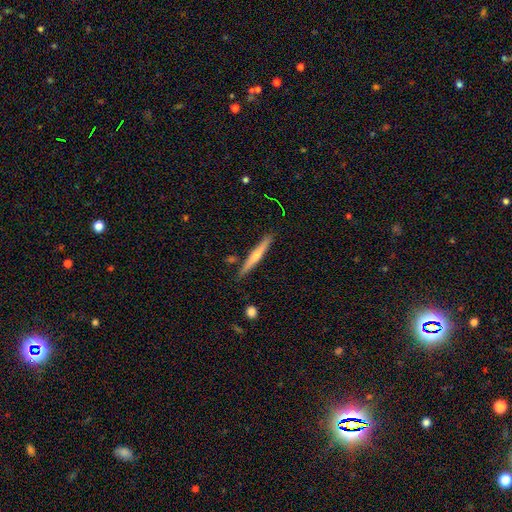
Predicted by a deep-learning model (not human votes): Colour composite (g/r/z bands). It shows a featured or disk galaxy (55%) viewed edge-on (97%) with a rounded central bulge (71%). Merging: none (88%).